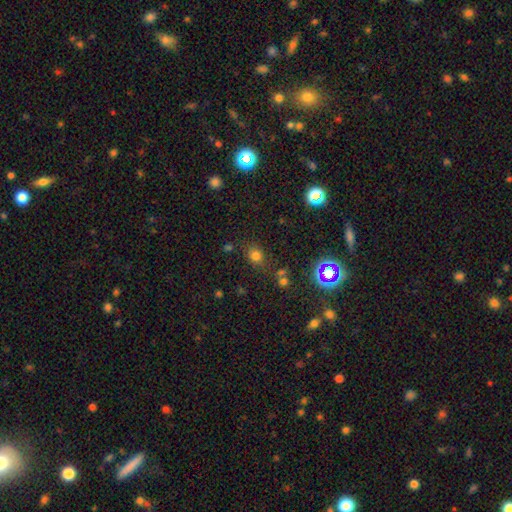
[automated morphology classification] This is likely a smooth galaxy (71%). How rounded: likely round (66%). Merging: likely none (76%).